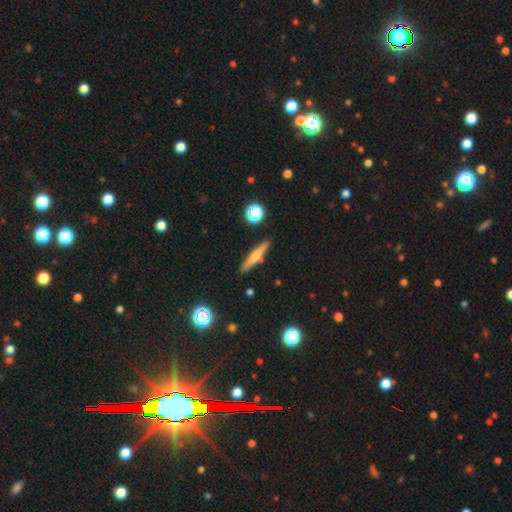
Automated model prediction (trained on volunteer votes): Smooth or featured: smooth — 48% (featured or disk — 43%)
Merging: none — 86% (minor disturbance — 9%)